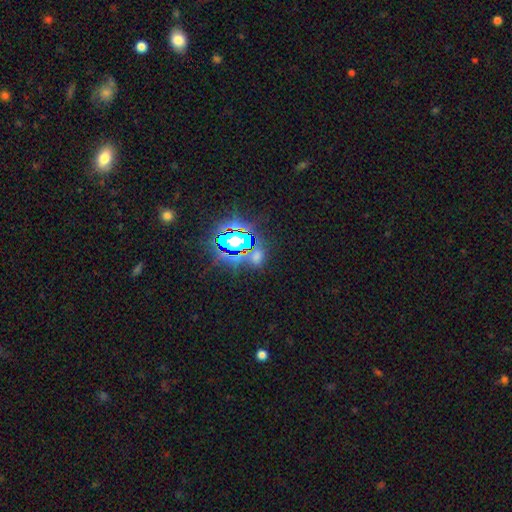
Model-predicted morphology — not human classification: A star or artifact, not a galaxy (61%).